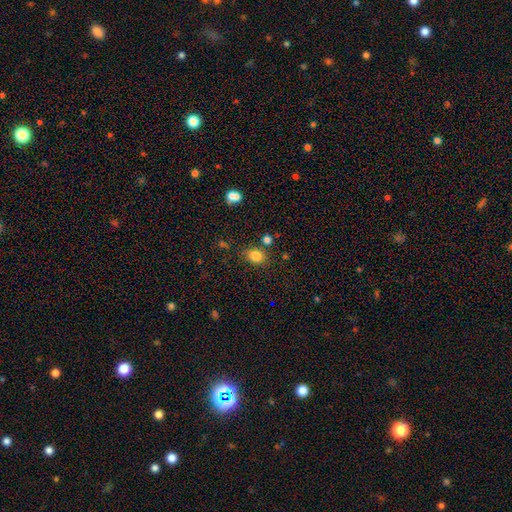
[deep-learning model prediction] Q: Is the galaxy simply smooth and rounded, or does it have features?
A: smooth — 81%.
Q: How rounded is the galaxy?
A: round — 58%.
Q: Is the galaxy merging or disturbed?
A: none — 78%.